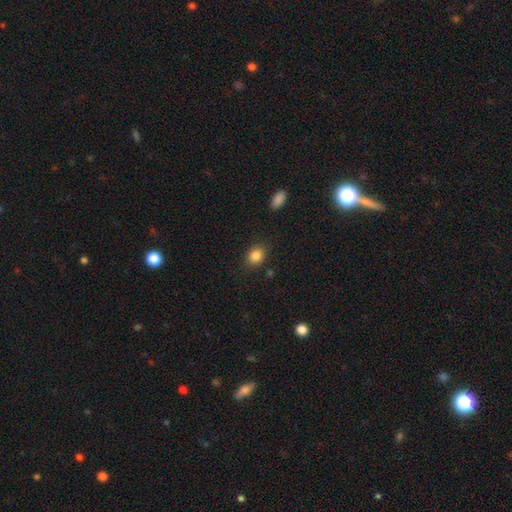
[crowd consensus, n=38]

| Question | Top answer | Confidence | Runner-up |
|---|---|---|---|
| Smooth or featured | smooth | 84% | featured or disk (8%) |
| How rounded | round | 56% | in between (44%) |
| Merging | none | 71% | minor disturbance (26%) |